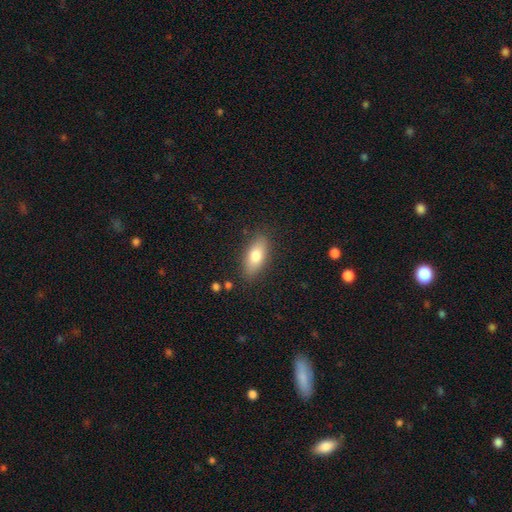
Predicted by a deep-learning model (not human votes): A smooth galaxy with no disk features (75%) that is in between round and cigar-shaped (80%). Merging: none (85%).